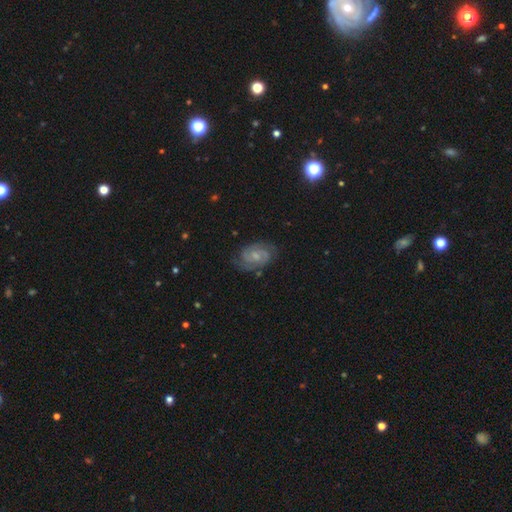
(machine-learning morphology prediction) Smooth or featured? Predicted: featured or disk (p=0.81). Edge-on disk? Predicted: no (p=0.97). Bar? Predicted: no (p=0.50). Spiral arms? Predicted: yes (p=0.96). Spiral winding? Predicted: tight (p=0.51). Spiral arm count? Predicted: 2 (p=0.75). Bulge size? Predicted: small (p=0.53). Merging? Predicted: none (p=0.77).